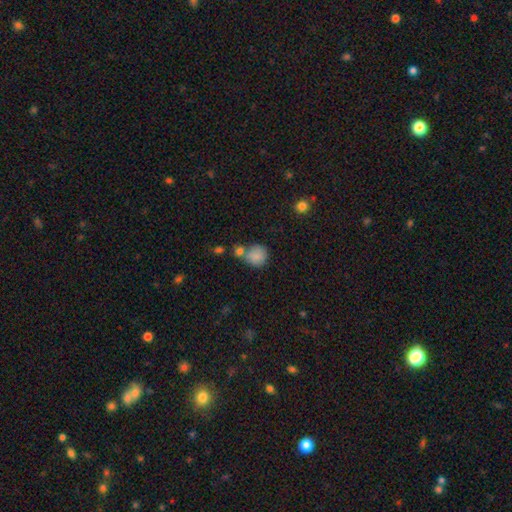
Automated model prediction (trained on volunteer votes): smooth 84%, star or artifact 9%, featured or disk 7%. Down the decision tree: how rounded — round (84%); merging — none (52%).